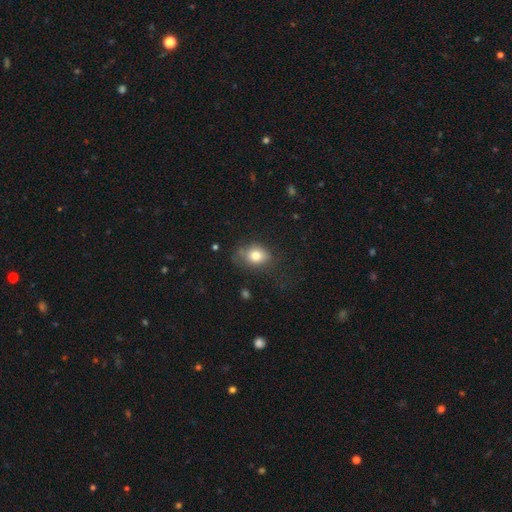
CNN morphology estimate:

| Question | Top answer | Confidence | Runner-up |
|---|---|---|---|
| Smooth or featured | smooth | 78% | featured or disk (11%) |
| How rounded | in between | 52% | round (47%) |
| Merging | none | 58% | minor disturbance (27%) |